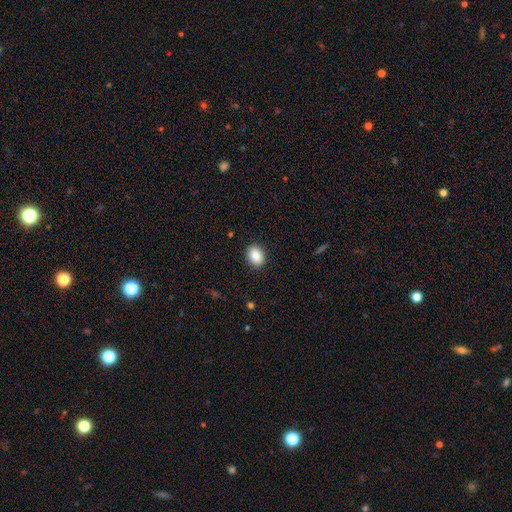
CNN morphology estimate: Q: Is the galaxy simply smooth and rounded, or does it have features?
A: smooth — 85%.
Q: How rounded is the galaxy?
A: in between — 56%.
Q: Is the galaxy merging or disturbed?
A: none — 90%.